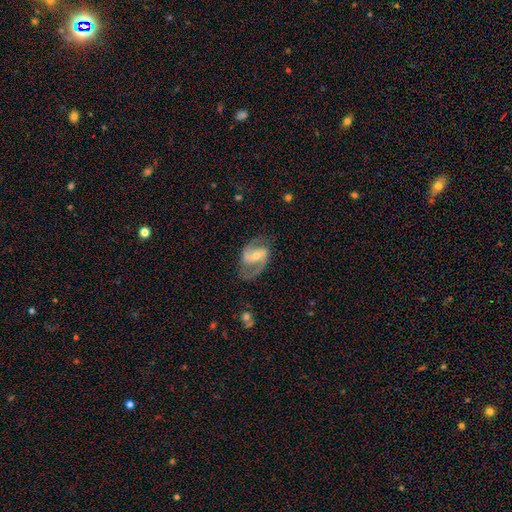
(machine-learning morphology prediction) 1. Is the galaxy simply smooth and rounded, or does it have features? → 89% featured or disk, 7% smooth, 5% star or artifact.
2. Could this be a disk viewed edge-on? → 97% no, 3% yes.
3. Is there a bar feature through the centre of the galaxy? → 44% weak, 32% strong, 24% no.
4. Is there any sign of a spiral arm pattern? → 96% yes, 4% no.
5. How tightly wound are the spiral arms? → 58% medium, 26% loose, 16% tight.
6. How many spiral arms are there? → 92% 2, 3% can't tell, 2% 1, 1% 3, 1% 4, 1% more than 4.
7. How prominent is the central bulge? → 47% moderate (tied), 47% small (tied), 2% large, 2% none, 1% dominant.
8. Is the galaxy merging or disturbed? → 77% none, 15% minor disturbance, 7% major disturbance, 1% merger.